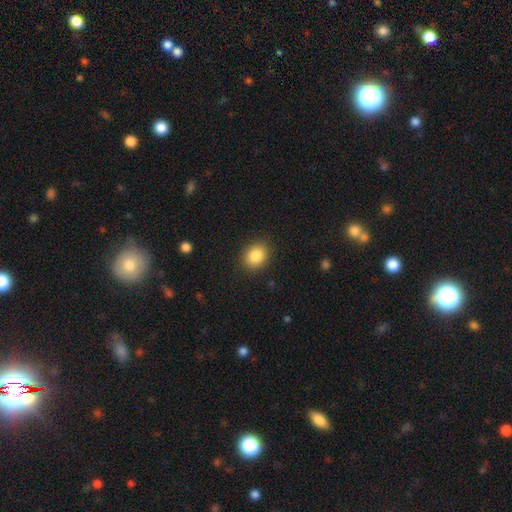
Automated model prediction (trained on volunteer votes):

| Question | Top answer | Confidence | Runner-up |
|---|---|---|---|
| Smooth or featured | smooth | 86% | star or artifact (9%) |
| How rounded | in between | 50% | round (49%) |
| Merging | none | 88% | minor disturbance (8%) |